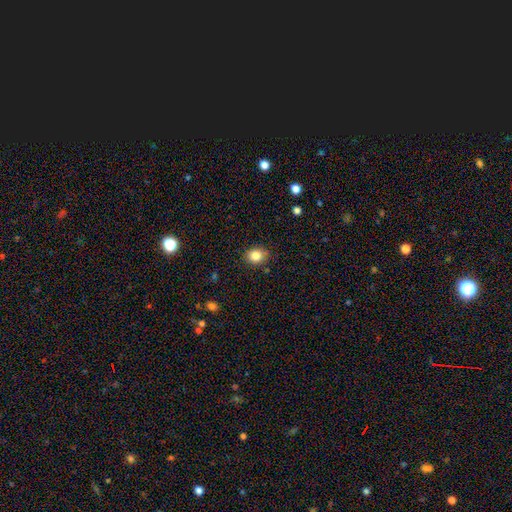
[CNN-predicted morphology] Smooth or featured? Predicted: smooth (p=0.84). How rounded? Predicted: round (p=0.52). Merging? Predicted: none (p=0.85).